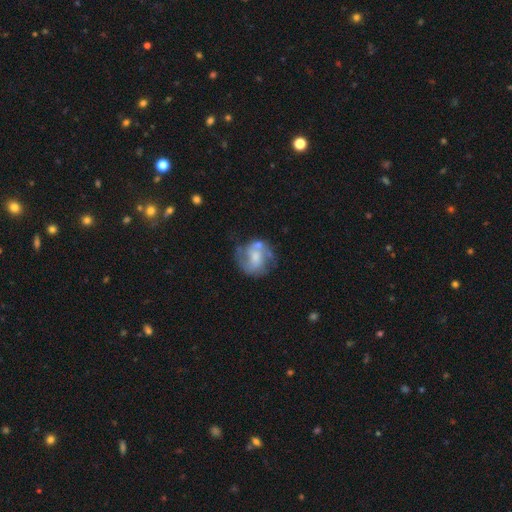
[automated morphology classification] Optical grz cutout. It shows a featured or disk galaxy (71%) with no bar (46%), 2 (82%) medium (50%) spiral arms (86%) and a moderate central bulge (39%). Merging: none (54%).